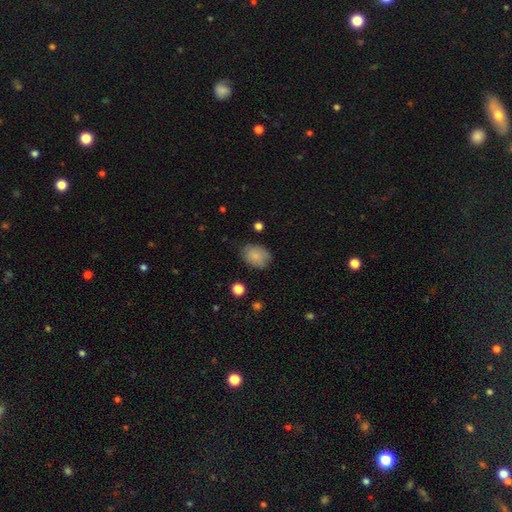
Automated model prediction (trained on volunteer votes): Smooth or featured? Predicted: smooth (p=0.81). How rounded? Predicted: in between (p=0.69). Merging? Predicted: none (p=0.73).